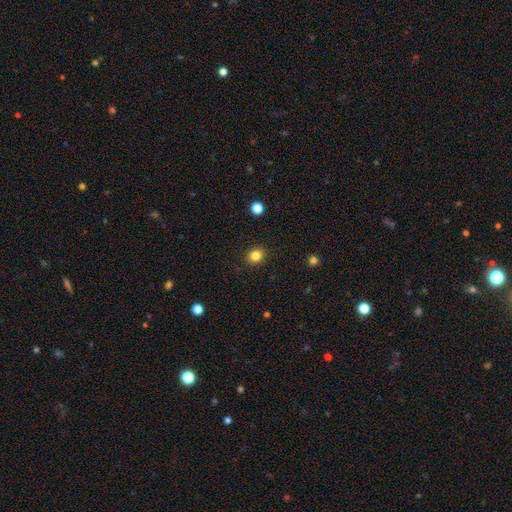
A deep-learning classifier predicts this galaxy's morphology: smooth_or_featured: smooth (p=0.83) [alt: star or artifact p=0.12]
how_rounded: round (p=0.73) [alt: in between p=0.26]
merging: none (p=0.91) [alt: minor disturbance p=0.06]